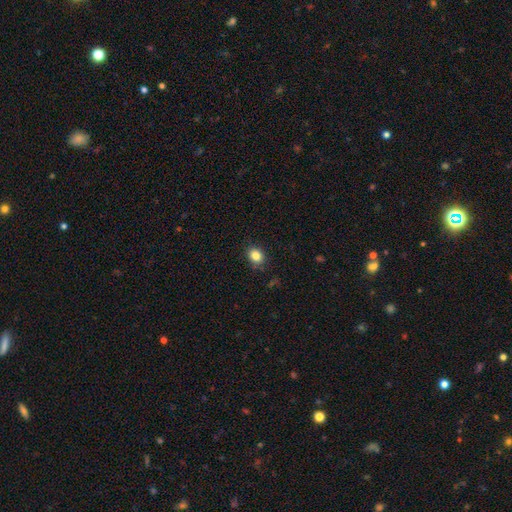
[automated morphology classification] The model was most divided on "how rounded": round: 52%, in between: 48%, cigar-shaped: 1%. More confident: merging — none (86%); smooth or featured — smooth (84%).